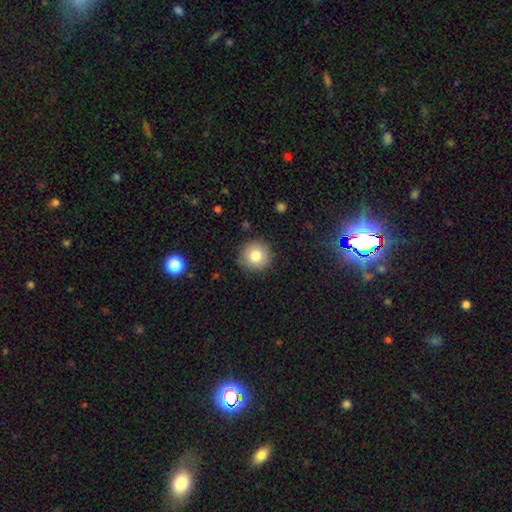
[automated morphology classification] A smooth galaxy with no disk features (81%) that is round (94%).

Vote fractions:
- Smooth or featured? smooth: 81% / star or artifact: 10% / featured or disk: 9%
- How rounded? round: 94% / in between: 5% / cigar-shaped: 1%
- Merging? none: 89% / minor disturbance: 8% / major disturbance: 2% / merger: 1%